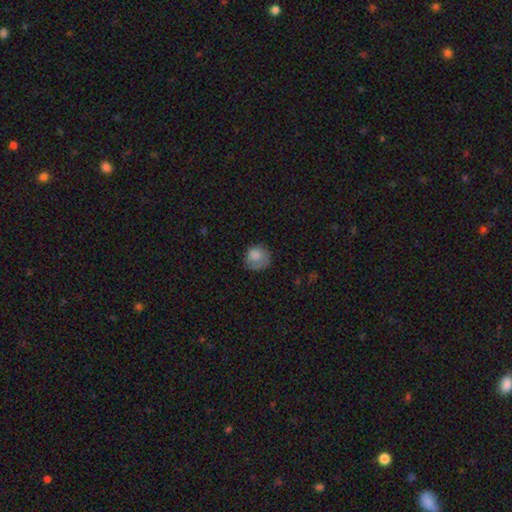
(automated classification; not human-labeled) Morphology: type=smooth (77%); roundness=round (81%); merging=none (56%).